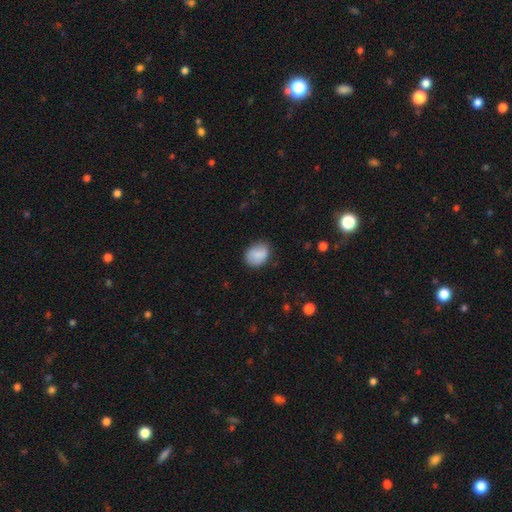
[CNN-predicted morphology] smooth_or_featured: smooth (p=0.85) [alt: featured or disk p=0.08]
how_rounded: in between (p=0.52) [alt: round p=0.47]
merging: none (p=0.77) [alt: minor disturbance p=0.18]